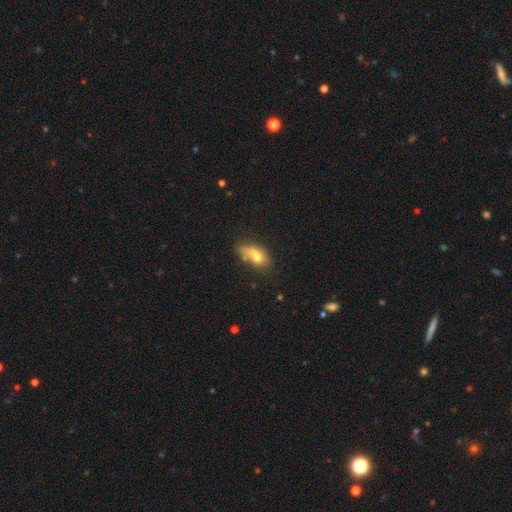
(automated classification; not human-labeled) smooth_or_featured: smooth (p=0.69) [alt: featured or disk p=0.20]
how_rounded: in between (p=0.81) [alt: cigar-shaped p=0.12]
merging: none (p=0.36) [alt: minor disturbance p=0.26]